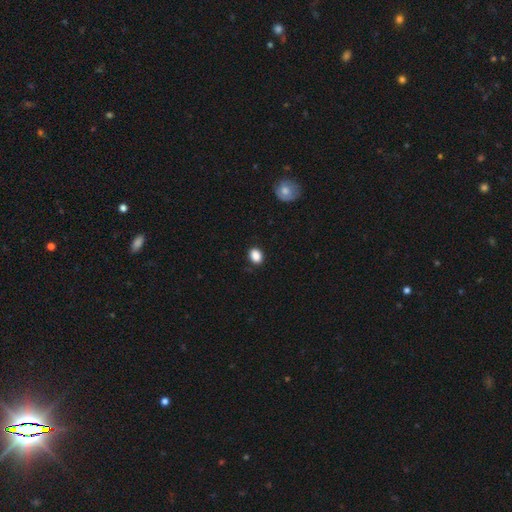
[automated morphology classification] smooth-or-featured: smooth: 87% | star or artifact: 9% | featured or disk: 3%
  how-rounded: in between: 62% | round: 37% | cigar-shaped: 1%
  merging: none: 85% | minor disturbance: 11% | major disturbance: 2% | merger: 1%